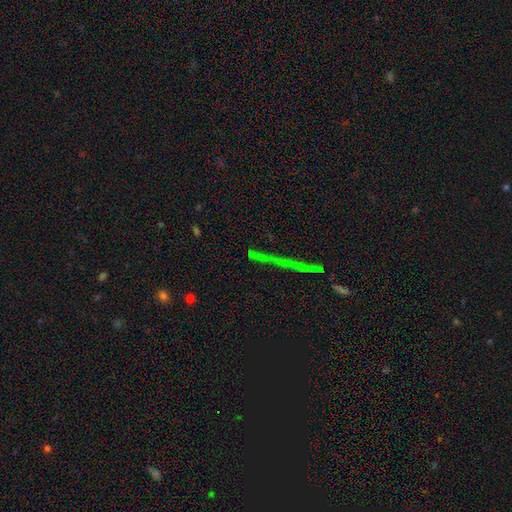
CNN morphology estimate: Q: Smooth or featured?
A: star or artifact (74%); runner-up: smooth (14%)